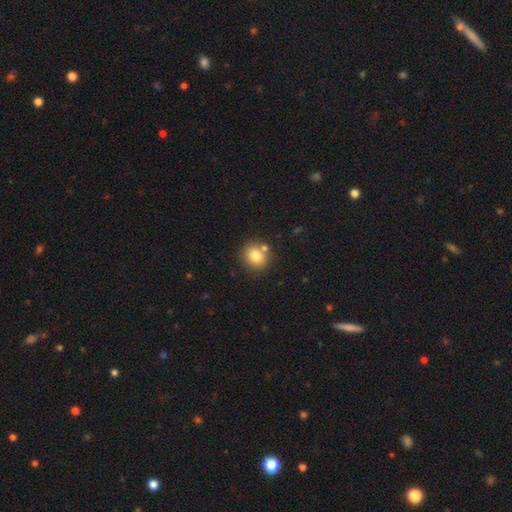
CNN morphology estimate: This appears to be a smooth galaxy with no disk features (80%) that is round (75%). Merging: none (72%).